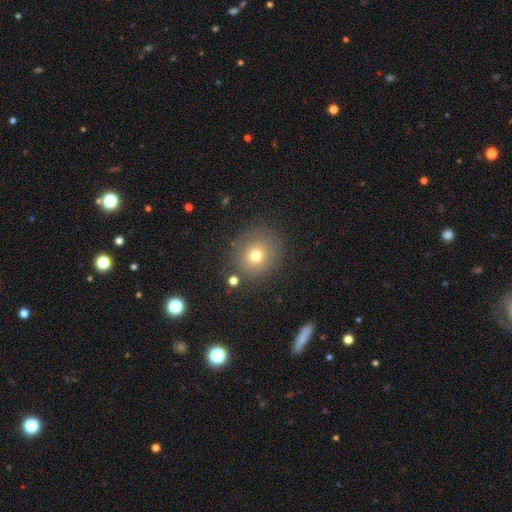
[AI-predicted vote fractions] smooth-or-featured: smooth: 72% | star or artifact: 15% | featured or disk: 13%
  how-rounded: round: 88% | in between: 11% | cigar-shaped: 1%
  merging: none: 81% | minor disturbance: 11% | major disturbance: 4% | merger: 4%